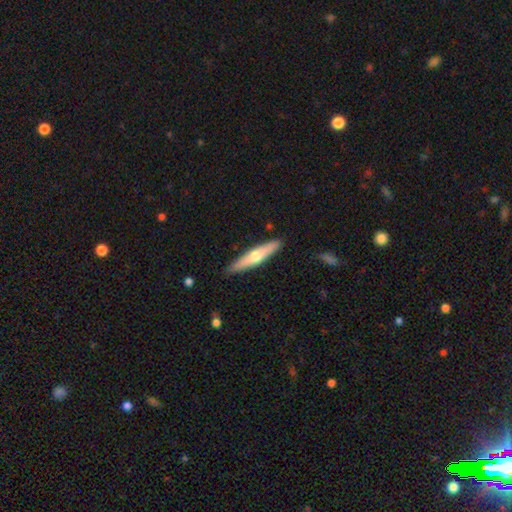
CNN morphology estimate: type=featured or disk (49%); merging=none (89%).